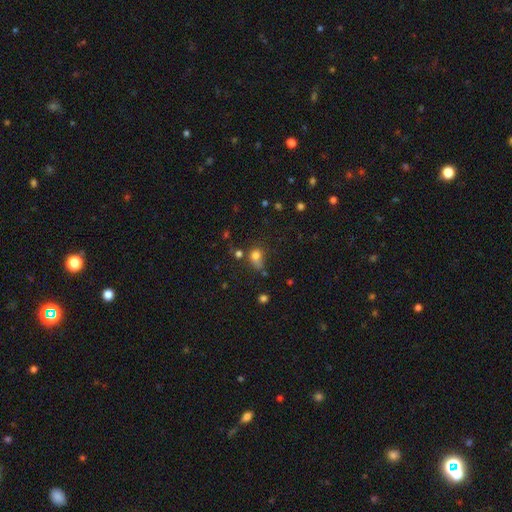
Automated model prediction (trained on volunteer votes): This is likely a smooth galaxy (74%). How rounded: possibly round (56%). Merging: marginally none (40%).